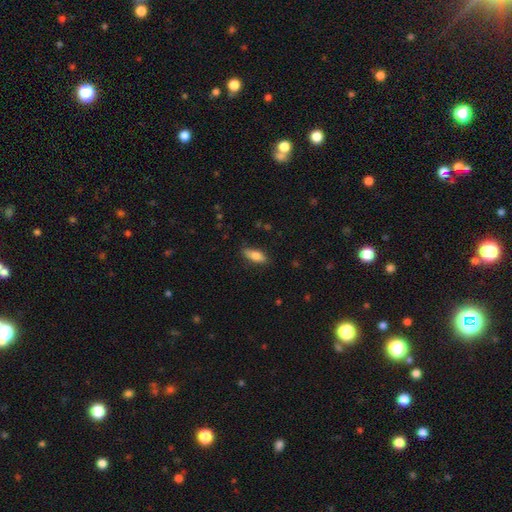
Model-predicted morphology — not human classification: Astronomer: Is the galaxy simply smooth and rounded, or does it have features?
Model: smooth — 77%.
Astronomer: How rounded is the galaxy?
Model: in between — 72%.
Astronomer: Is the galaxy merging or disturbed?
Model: none — 82%.